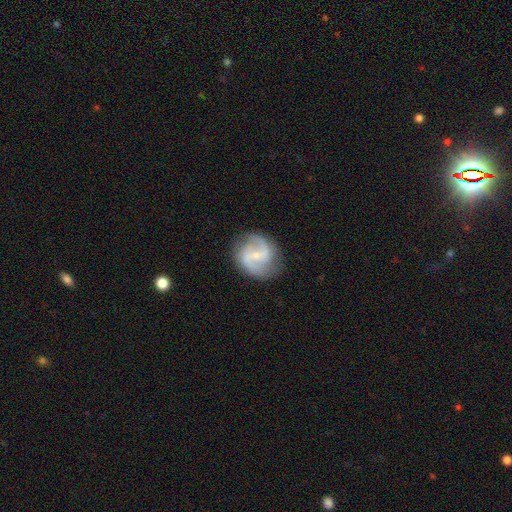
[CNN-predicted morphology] type=featured or disk (83%); edge-on=no (98%); bar=weak (51%); spiral arms=yes (95%); winding=medium (50%); arm count=2 (90%); bulge=small (70%); merging=none (80%).